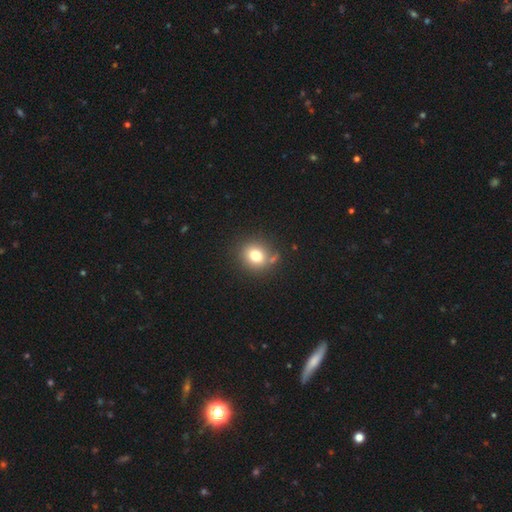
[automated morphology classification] Overall: smooth (78%). How rounded: round (74%). Merging: none (75%).